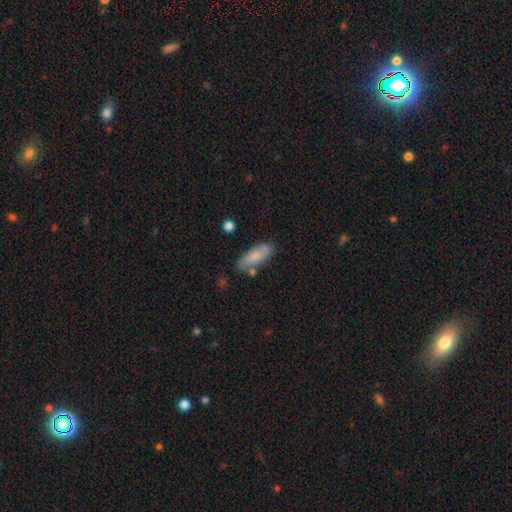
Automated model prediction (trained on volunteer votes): smooth 69%, featured or disk 24%, star or artifact 7%. Down the decision tree: how rounded — in between (65%); merging — none (66%).